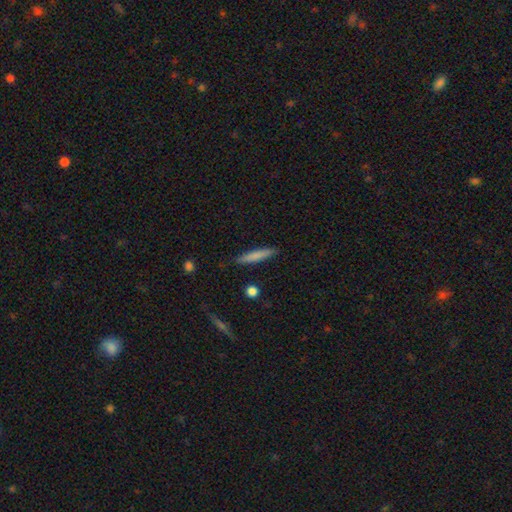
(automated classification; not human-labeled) A smooth galaxy with no disk features (78%) that is cigar-shaped (90%).

Vote fractions:
- Smooth or featured? smooth: 78% / featured or disk: 15% / star or artifact: 6%
- How rounded? cigar-shaped: 90% / in between: 8% / round: 1%
- Merging? none: 88% / minor disturbance: 8% / major disturbance: 2% / merger: 2%